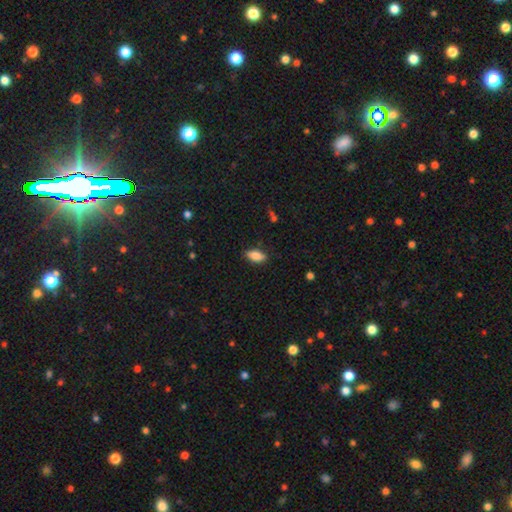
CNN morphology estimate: A smooth galaxy with no disk features (83%) that is in between round and cigar-shaped (88%).

Vote fractions:
- Smooth or featured? smooth: 83% / featured or disk: 9% / star or artifact: 8%
- How rounded? in between: 88% / cigar-shaped: 9% / round: 3%
- Merging? none: 84% / minor disturbance: 12% / major disturbance: 2% / merger: 1%